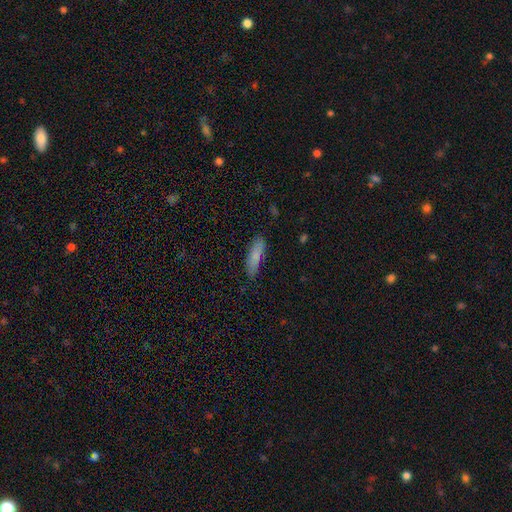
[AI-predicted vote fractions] smooth_or_featured: smooth (p=0.82) [alt: featured or disk p=0.11]
how_rounded: cigar-shaped (p=0.59) [alt: in between p=0.40]
merging: none (p=0.82) [alt: minor disturbance p=0.14]